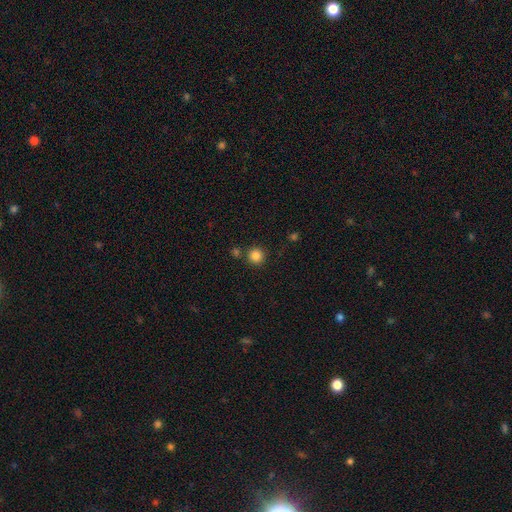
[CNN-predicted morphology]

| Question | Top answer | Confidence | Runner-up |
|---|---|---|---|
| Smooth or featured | smooth | 85% | star or artifact (11%) |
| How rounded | round | 94% | in between (5%) |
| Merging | none | 81% | merger (9%) |